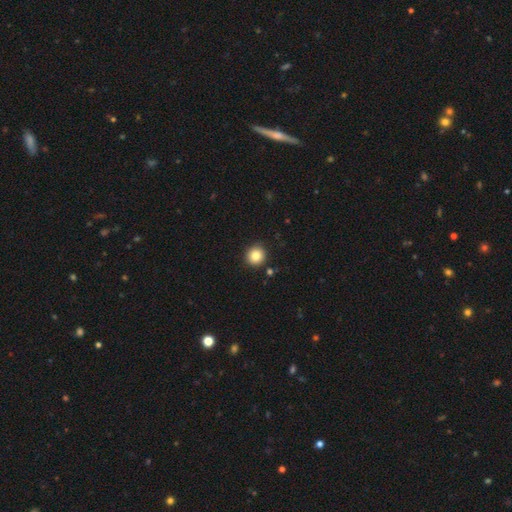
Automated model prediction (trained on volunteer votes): smooth 85%, star or artifact 10%, featured or disk 5%. Down the decision tree: how rounded — round (93%); merging — none (90%).